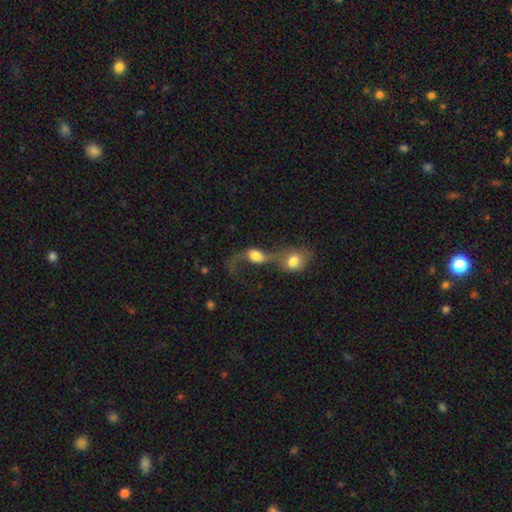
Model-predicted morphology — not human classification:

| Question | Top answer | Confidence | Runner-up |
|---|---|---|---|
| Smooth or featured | smooth | 53% | featured or disk (37%) |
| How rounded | in between | 56% | round (40%) |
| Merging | merger | 73% | major disturbance (14%) |